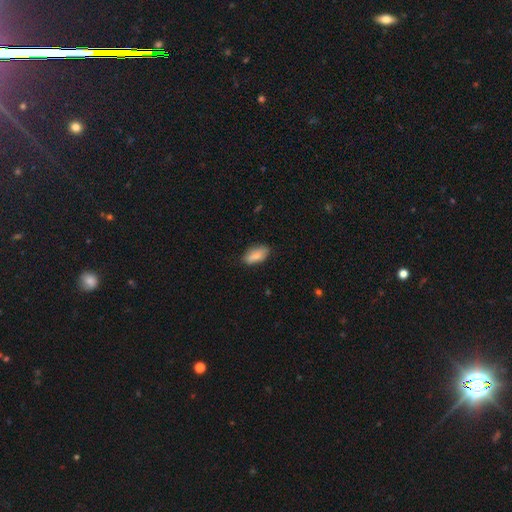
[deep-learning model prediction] The model was most divided on "merging": none: 77%, minor disturbance: 19%, major disturbance: 3%, merger: 1%. More confident: how rounded — in between (87%); smooth or featured — smooth (84%).